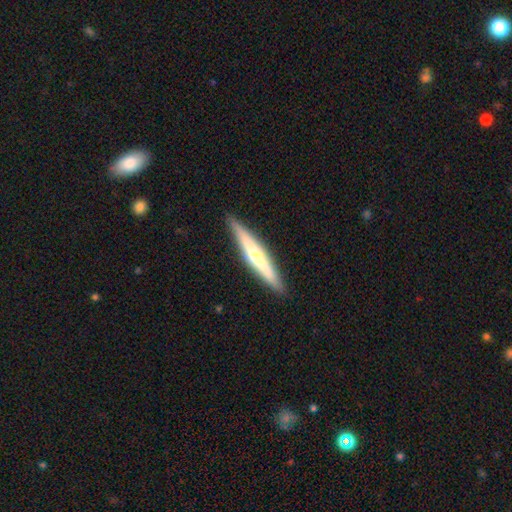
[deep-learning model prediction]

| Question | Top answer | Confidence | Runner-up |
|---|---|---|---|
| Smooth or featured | featured or disk | 53% | smooth (42%) |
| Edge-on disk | yes | 96% | no (4%) |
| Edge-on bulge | rounded | 55% | none (32%) |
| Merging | none | 90% | minor disturbance (7%) |